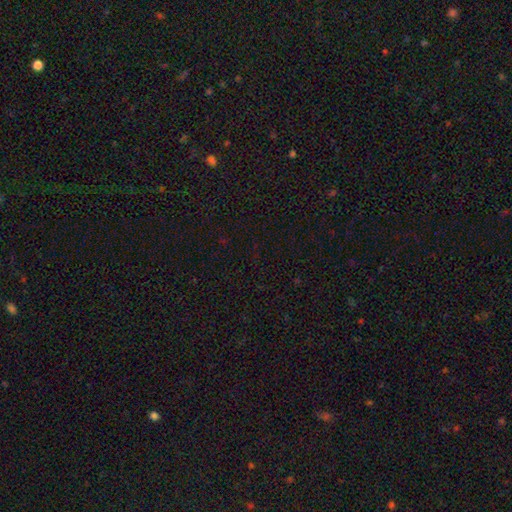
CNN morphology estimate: Smooth or featured: star or artifact — 71% (smooth — 23%)